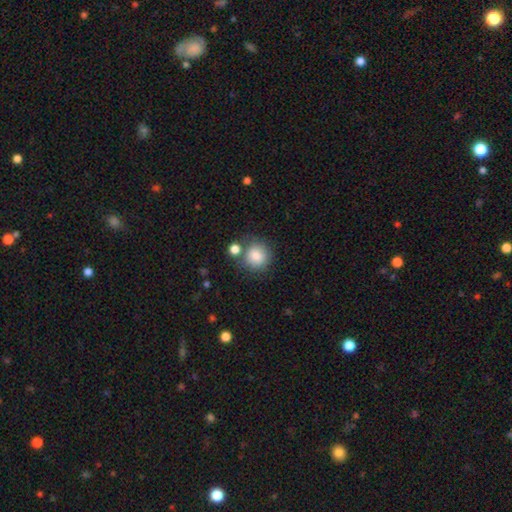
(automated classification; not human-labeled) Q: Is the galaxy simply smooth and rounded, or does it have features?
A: smooth — 84%.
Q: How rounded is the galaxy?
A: round — 88%.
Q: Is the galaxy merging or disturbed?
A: none — 68%.